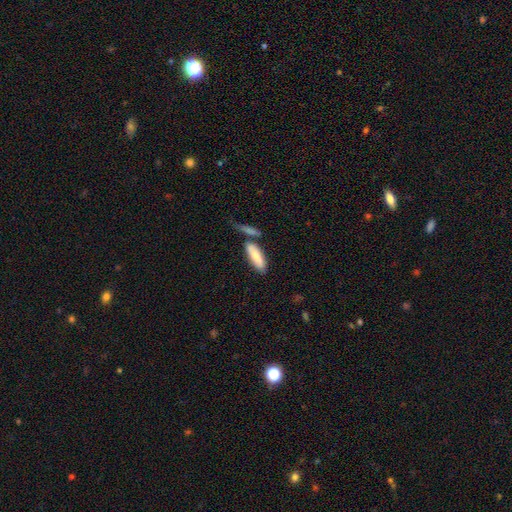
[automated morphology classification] This is likely a smooth galaxy (78%). How rounded: possibly in between (58%). Merging: possibly none (51%).